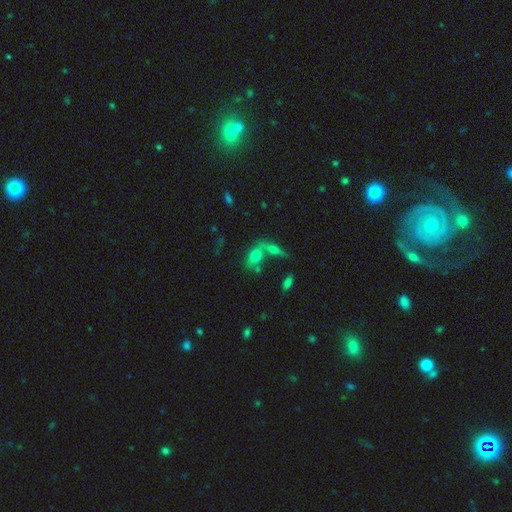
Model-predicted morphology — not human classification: Smooth or featured?
  - smooth: 68% *
  - featured or disk: 20%
  - star or artifact: 12%
How rounded?
  - in between: 71% *
  - round: 24%
  - cigar-shaped: 6%
Merging?
  - merger: 47% *
  - none: 36%
  - minor disturbance: 10%
  - major disturbance: 7%